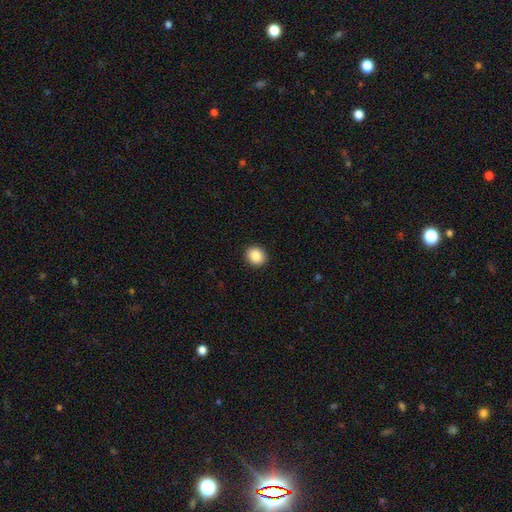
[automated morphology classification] Smooth or featured? Predicted: smooth (p=0.87). How rounded? Predicted: round (p=0.73). Merging? Predicted: none (p=0.92).